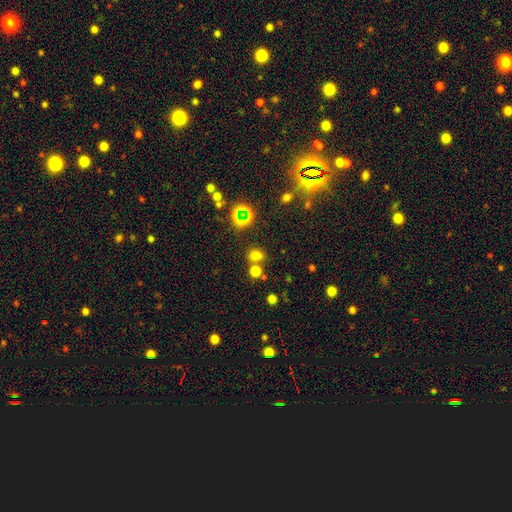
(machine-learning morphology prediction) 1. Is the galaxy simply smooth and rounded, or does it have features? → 65% smooth, 28% star or artifact, 7% featured or disk.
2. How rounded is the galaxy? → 64% round, 35% in between, 1% cigar-shaped.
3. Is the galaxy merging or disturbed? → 64% none, 22% merger, 10% minor disturbance, 5% major disturbance.